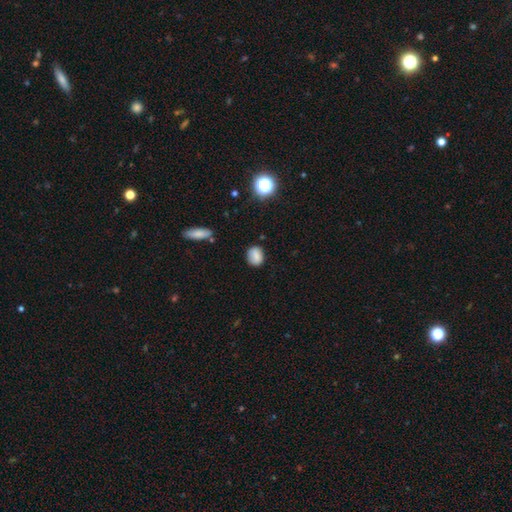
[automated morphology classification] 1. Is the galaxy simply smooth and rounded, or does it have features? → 82% smooth, 10% star or artifact, 8% featured or disk.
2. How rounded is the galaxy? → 51% round, 48% in between, 1% cigar-shaped.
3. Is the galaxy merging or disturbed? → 80% none, 15% minor disturbance, 3% major disturbance, 2% merger.